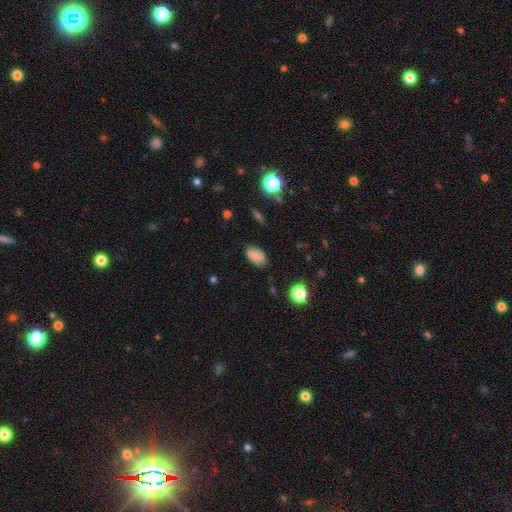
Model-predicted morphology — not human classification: type=smooth (76%); roundness=in between (90%); merging=none (80%).